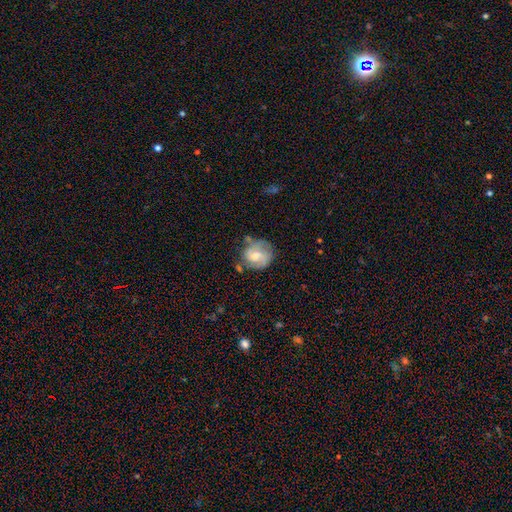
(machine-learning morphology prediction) Smooth or featured? featured or disk (60%)
Edge-on disk? no (98%)
Bar? no (47%)
Spiral arms? yes (84%)
Bulge size? moderate (54%)
Merging? none (54%)